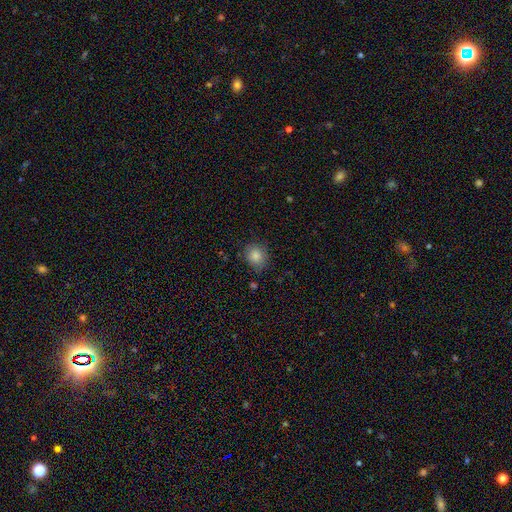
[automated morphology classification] A smooth galaxy with no disk features (85%) that is round (73%). Merging: none (79%).